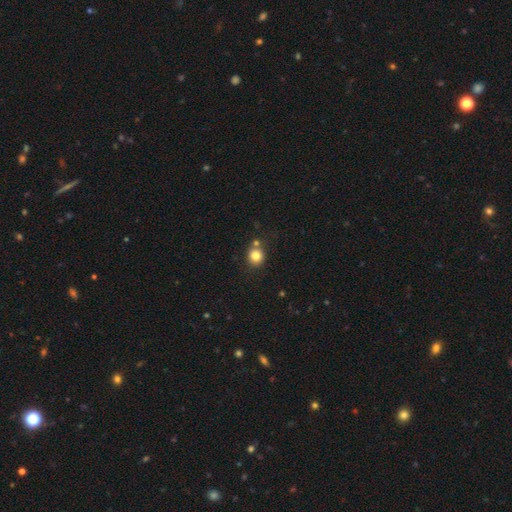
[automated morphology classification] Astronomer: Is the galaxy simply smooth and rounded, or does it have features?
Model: smooth — 82%.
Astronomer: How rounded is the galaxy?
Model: round — 86%.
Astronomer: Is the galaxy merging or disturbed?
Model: none — 71%.